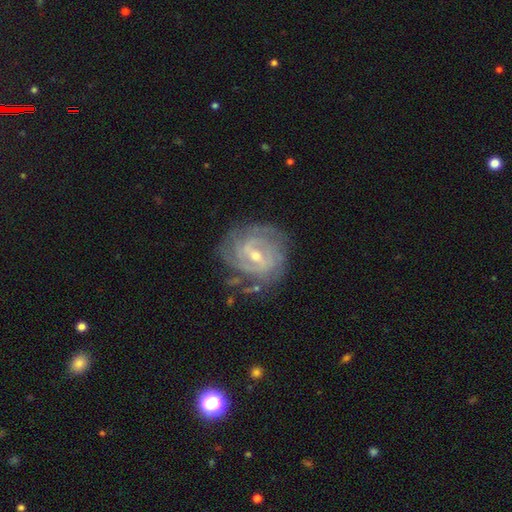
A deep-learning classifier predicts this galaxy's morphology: Smooth or featured: featured or disk — 87% (smooth — 7%)
Edge-on disk: no — 97% (yes — 3%)
Bar: weak — 53% (strong — 27%)
Spiral arms: yes — 95% (no — 5%)
Spiral winding: tight — 67% (medium — 28%)
Spiral arm count: can't tell — 28% (tied with 2 — 28%)
Bulge size: small — 55% (moderate — 42%)
Merging: none — 72% (minor disturbance — 18%)